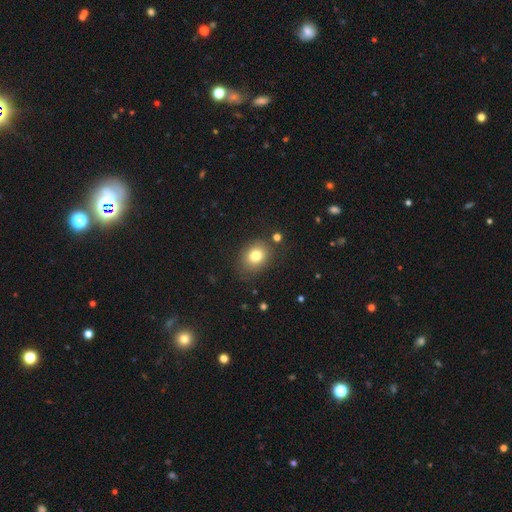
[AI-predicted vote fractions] Smooth or featured?
  - smooth: 78% *
  - star or artifact: 12%
  - featured or disk: 10%
How rounded?
  - in between: 50% *
  - round: 49%
  - cigar-shaped: 1%
Merging?
  - none: 79% *
  - minor disturbance: 13%
  - major disturbance: 4%
  - merger: 3%